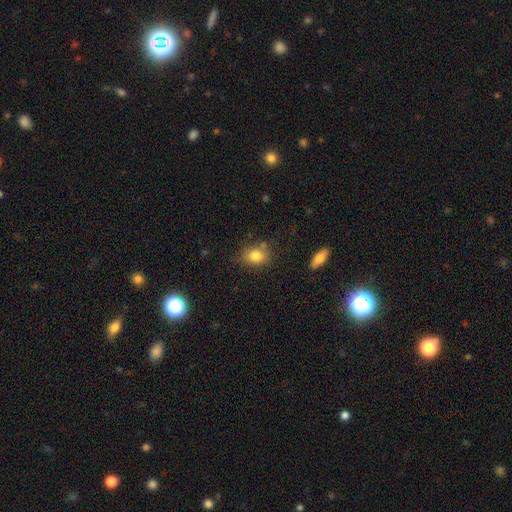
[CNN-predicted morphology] A smooth galaxy with no disk features (82%) that is in between round and cigar-shaped (54%).

Vote fractions:
- Smooth or featured? smooth: 82% / star or artifact: 10% / featured or disk: 8%
- How rounded? in between: 54% / round: 45% / cigar-shaped: 2%
- Merging? none: 69% / minor disturbance: 19% / merger: 6% / major disturbance: 5%